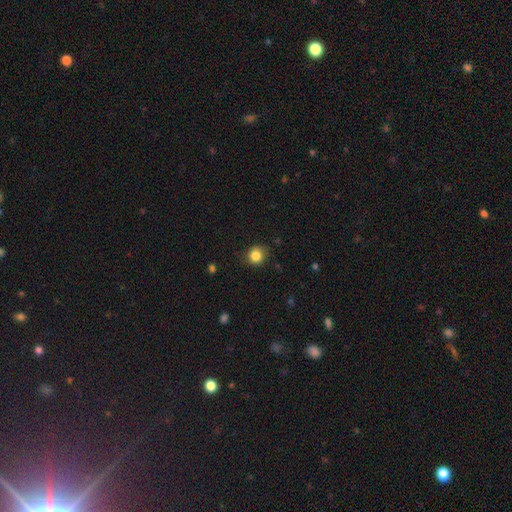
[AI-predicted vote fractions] Smooth or featured? Predicted: smooth (p=0.84). How rounded? Predicted: round (p=0.84). Merging? Predicted: none (p=0.84).